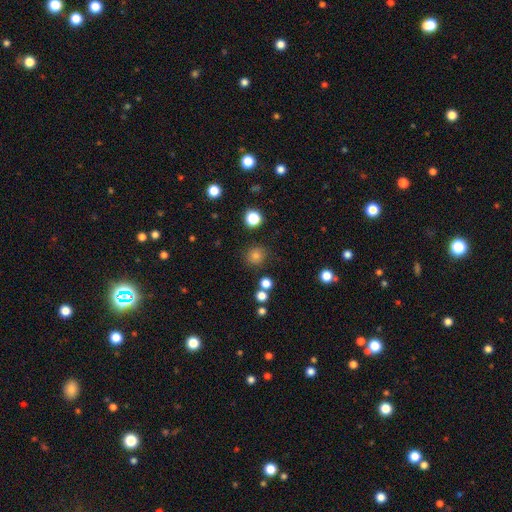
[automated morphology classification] Smooth or featured? Predicted: smooth (p=0.78). How rounded? Predicted: round (p=0.91). Merging? Predicted: none (p=0.85).